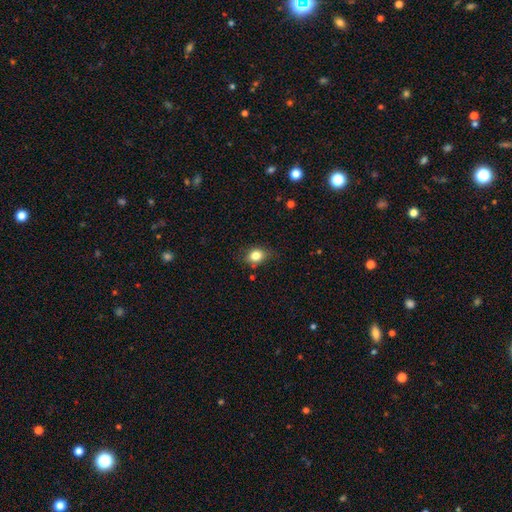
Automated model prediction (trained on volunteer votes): smooth 82%, star or artifact 11%, featured or disk 8%. Down the decision tree: how rounded — round (50%); merging — none (72%).